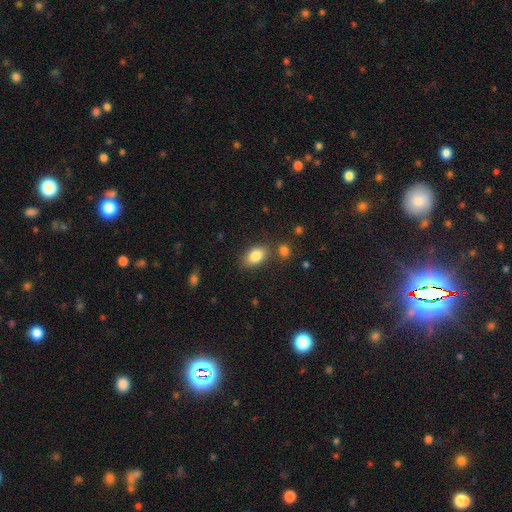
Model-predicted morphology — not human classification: Smooth or featured?
  - smooth: 85% *
  - star or artifact: 8%
  - featured or disk: 7%
How rounded?
  - in between: 88% *
  - round: 10%
  - cigar-shaped: 2%
Merging?
  - none: 75% *
  - minor disturbance: 13%
  - merger: 9%
  - major disturbance: 3%